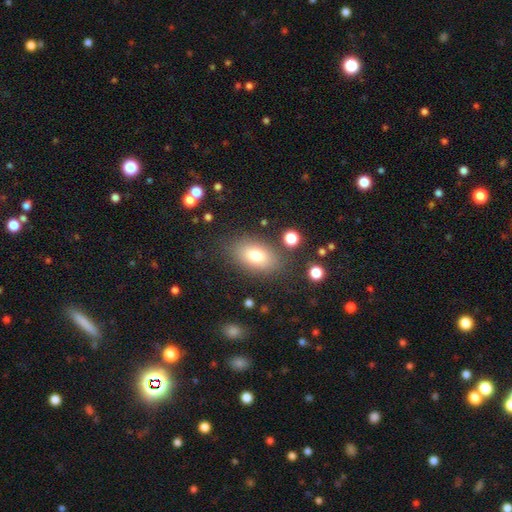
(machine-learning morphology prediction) The model was most divided on "smooth or featured": smooth: 76%, featured or disk: 13%, star or artifact: 10%. More confident: how rounded — in between (85%); merging — none (80%).